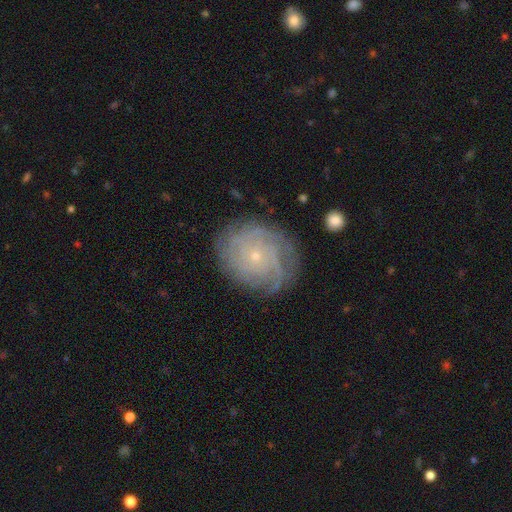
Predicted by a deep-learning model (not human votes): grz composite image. It shows a featured or disk galaxy (77%) with no bar (85%), tight (78%) spiral arms (93%) and a small central bulge (86%). Merging: none (78%).